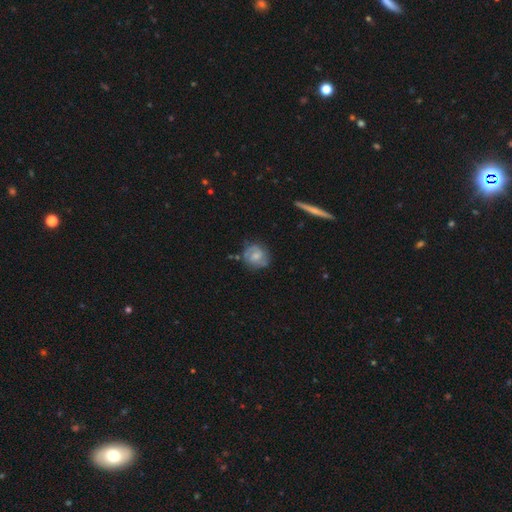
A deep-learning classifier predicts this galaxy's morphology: The model was most divided on "bulge size": moderate: 44%, small: 41%, none: 9%, large: 4%, dominant: 1%. Remaining: edge-on disk — no (96%); spiral arms — yes (84%); merging — none (69%); smooth or featured — featured or disk (59%); bar — no (47%).